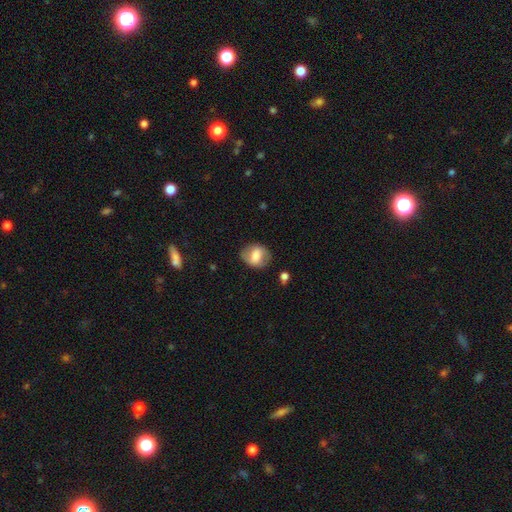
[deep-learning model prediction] A smooth galaxy with no disk features (57%) that is in between round and cigar-shaped (53%). Merging: none (76%).